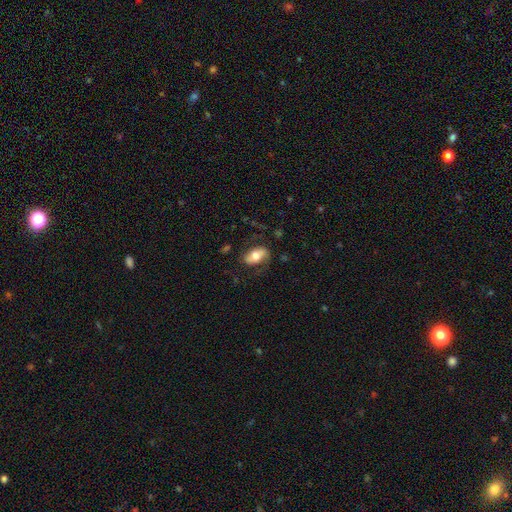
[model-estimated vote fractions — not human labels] Smooth or featured: smooth — 56% (featured or disk — 37%)
How rounded: in between — 90% (round — 6%)
Merging: none — 69% (minor disturbance — 19%)